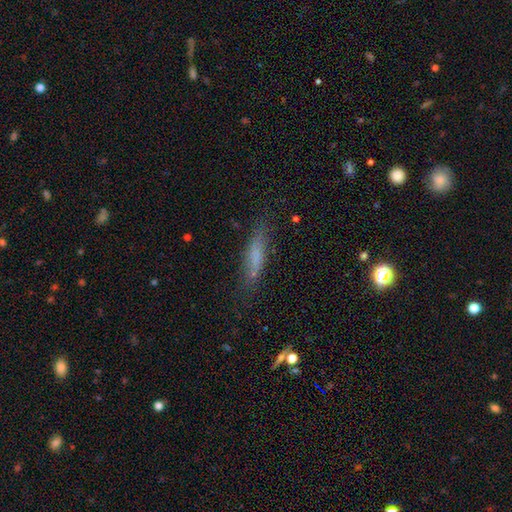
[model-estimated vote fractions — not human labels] A smooth galaxy with no disk features (65%) that is cigar-shaped (74%). Merging: none (70%).